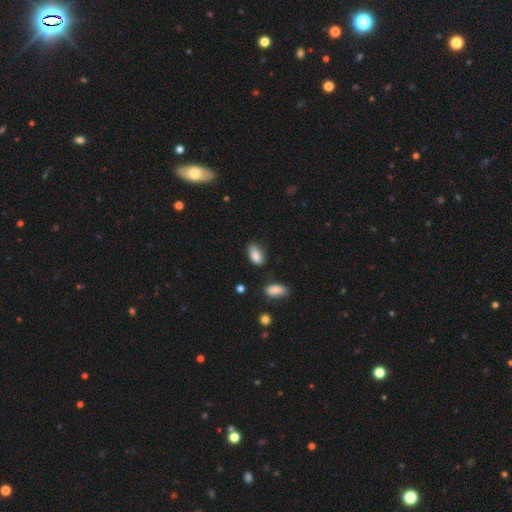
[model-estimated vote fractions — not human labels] The model was most divided on "merging": none: 69%, minor disturbance: 24%, major disturbance: 4%, merger: 3%. More confident: how rounded — in between (91%); smooth or featured — smooth (84%).